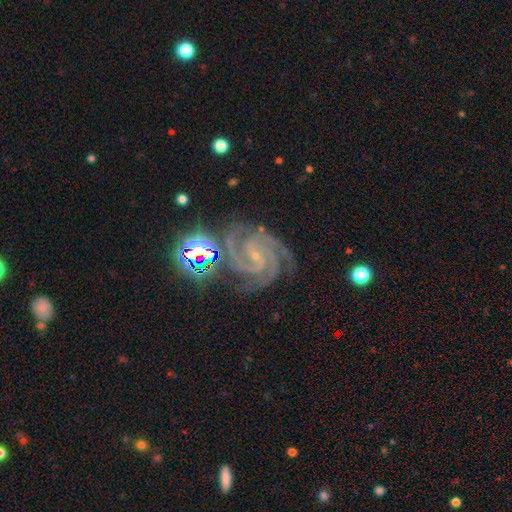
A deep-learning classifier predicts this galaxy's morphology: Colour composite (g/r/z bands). It shows a featured or disk galaxy (90%) with no bar (49%), 3 (37%) tight (67%) spiral arms (99%) and a small central bulge (84%). Merging: none (75%).